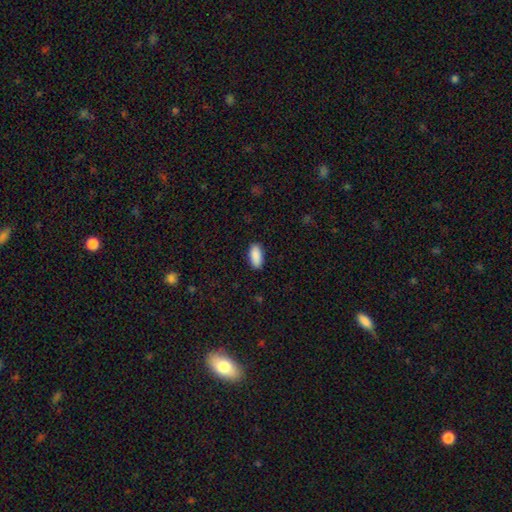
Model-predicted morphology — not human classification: A smooth galaxy with no disk features (91%) that is in between round and cigar-shaped (91%).

Vote fractions:
- Smooth or featured? smooth: 91% / star or artifact: 6% / featured or disk: 3%
- How rounded? in between: 91% / cigar-shaped: 7% / round: 2%
- Merging? none: 90% / minor disturbance: 7% / major disturbance: 2% / merger: 1%